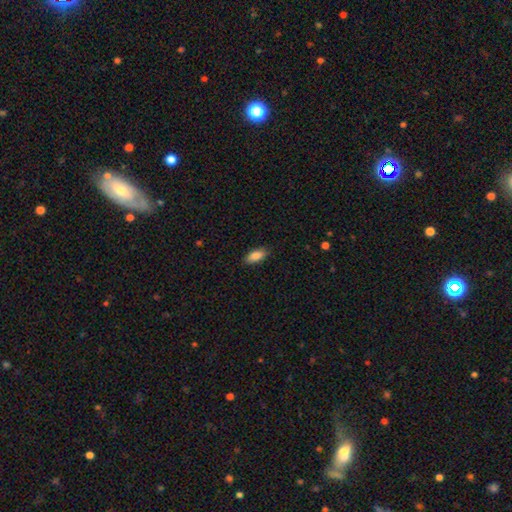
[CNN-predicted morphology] Q: Smooth or featured?
A: smooth (87%); runner-up: star or artifact (7%)
Q: How rounded?
A: in between (85%); runner-up: cigar-shaped (12%)
Q: Merging?
A: none (86%); runner-up: minor disturbance (11%)